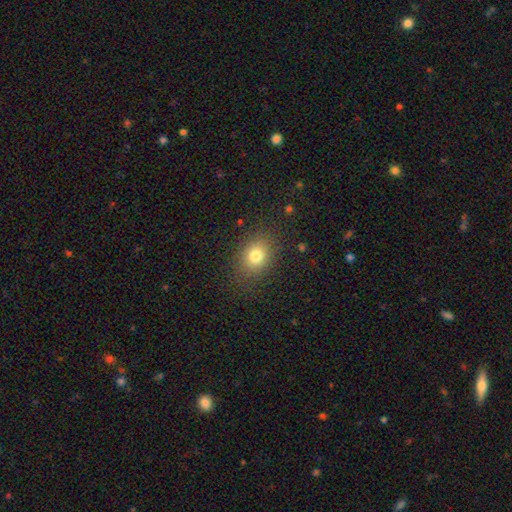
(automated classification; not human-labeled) smooth-or-featured: smooth: 79% | star or artifact: 12% | featured or disk: 9%
  how-rounded: in between: 54% | round: 44% | cigar-shaped: 1%
  merging: none: 83% | minor disturbance: 11% | major disturbance: 4% | merger: 1%